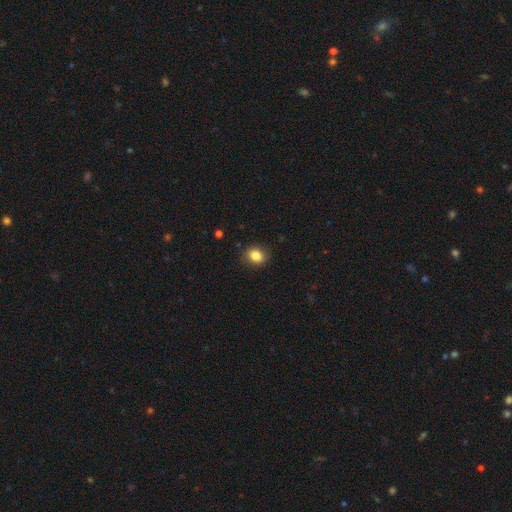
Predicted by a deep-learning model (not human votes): Smooth or featured?
  - smooth: 84% *
  - star or artifact: 10%
  - featured or disk: 5%
How rounded?
  - round: 58% *
  - in between: 41%
  - cigar-shaped: 1%
Merging?
  - none: 86% *
  - minor disturbance: 10%
  - major disturbance: 3%
  - merger: 1%